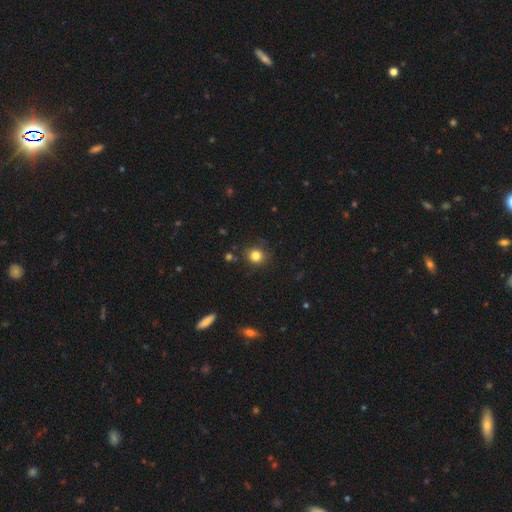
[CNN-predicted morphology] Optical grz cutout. It shows a smooth galaxy with no disk features (82%) that is round (85%). Merging: none (85%).